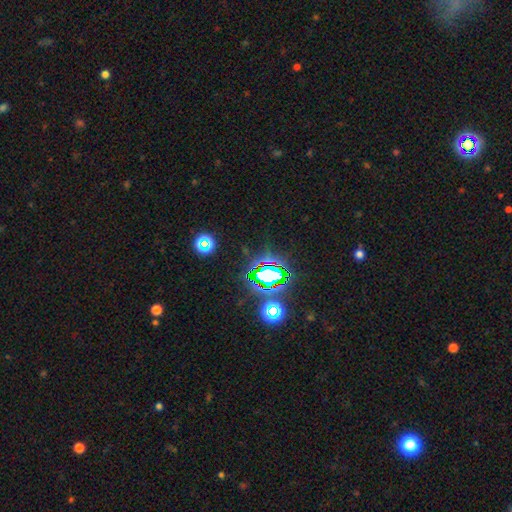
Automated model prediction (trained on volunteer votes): The model was most divided on "smooth or featured": star or artifact: 80%, smooth: 13%, featured or disk: 7%.